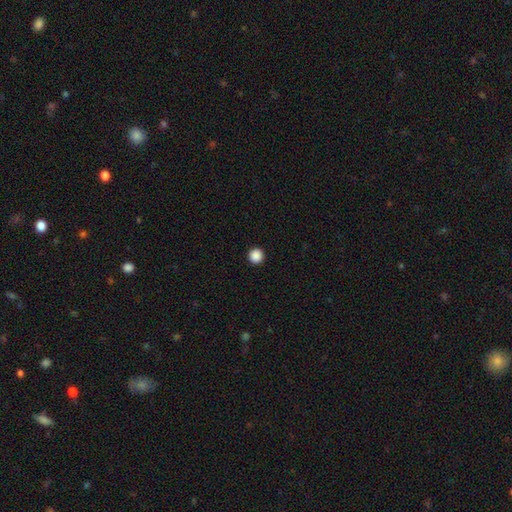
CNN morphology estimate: Smooth or featured: smooth — 88% (star or artifact — 10%)
How rounded: round — 96% (in between — 3%)
Merging: none — 94% (minor disturbance — 3%)